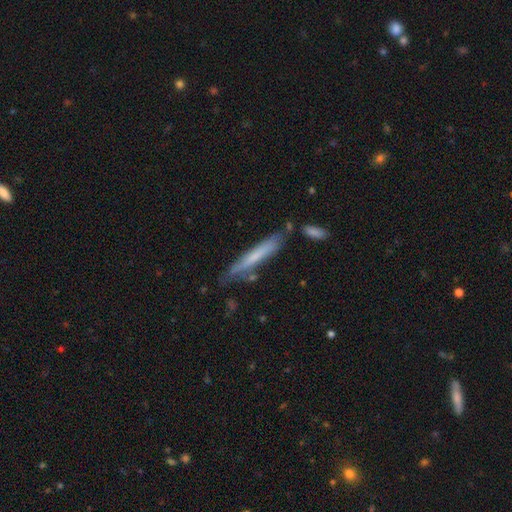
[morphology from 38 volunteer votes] This is possibly a smooth galaxy (55%). How rounded: clearly cigar-shaped (100%). Merging: possibly none (58%).